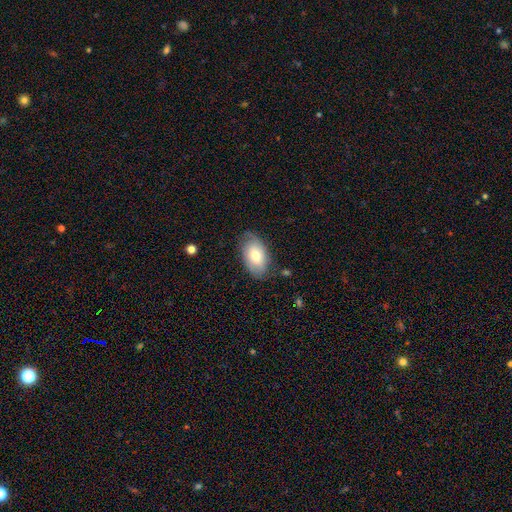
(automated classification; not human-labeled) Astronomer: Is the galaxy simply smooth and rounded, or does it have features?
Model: smooth — 69%.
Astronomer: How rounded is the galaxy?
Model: in between — 93%.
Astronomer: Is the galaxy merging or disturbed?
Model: none — 75%.